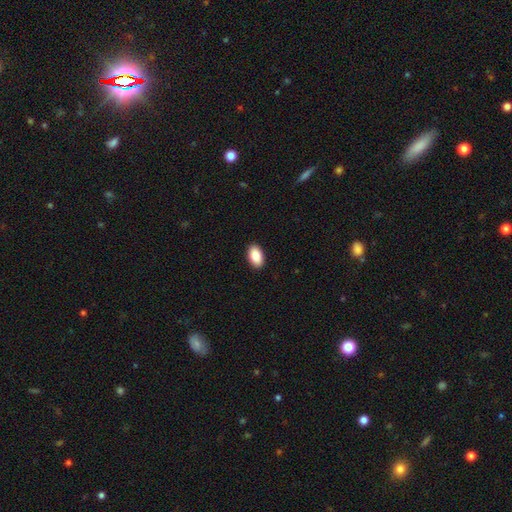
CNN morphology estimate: smooth 87%, star or artifact 7%, featured or disk 6%. Down the decision tree: how rounded — in between (94%); merging — none (91%).